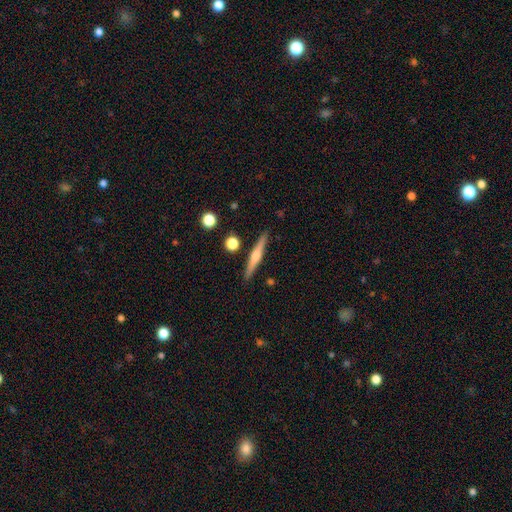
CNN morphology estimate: smooth_or_featured: featured or disk (p=0.61) [alt: smooth p=0.32]
disk_edge_on: yes (p=0.98) [alt: no p=0.02]
edge_on_bulge: rounded (p=0.81) [alt: none p=0.10]
merging: none (p=0.90) [alt: minor disturbance p=0.07]